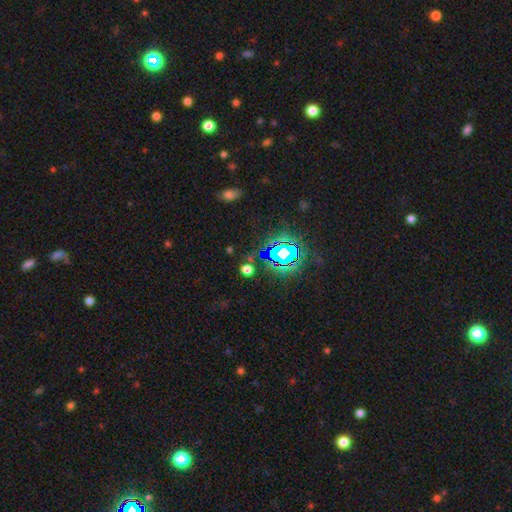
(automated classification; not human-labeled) Morphology: type=star or artifact (77%).